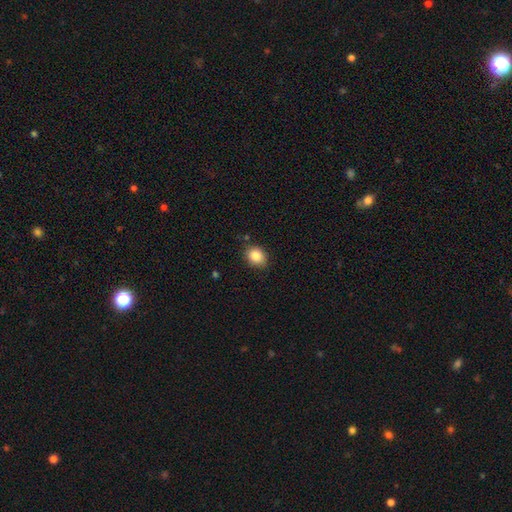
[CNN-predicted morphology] A smooth galaxy with no disk features (86%) that is round (59%). Merging: none (81%).